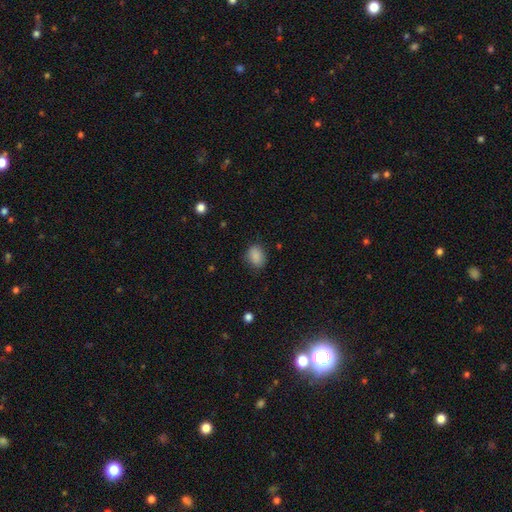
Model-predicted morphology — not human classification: Overall: smooth (87%). How rounded: in between (65%; round 34%). Merging: none (79%).